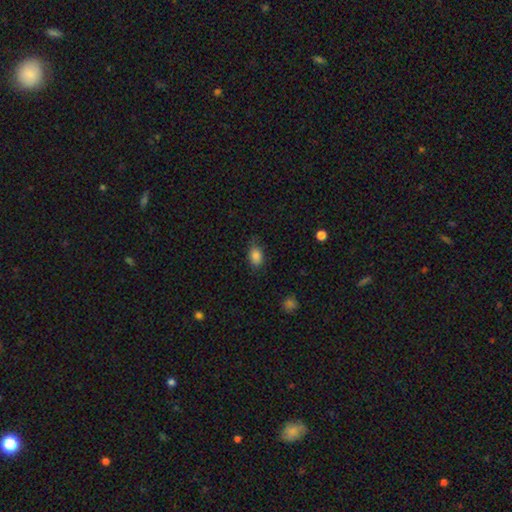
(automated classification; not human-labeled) This appears to be a smooth galaxy with no disk features (86%) that is in between round and cigar-shaped (85%). Merging: none (74%).